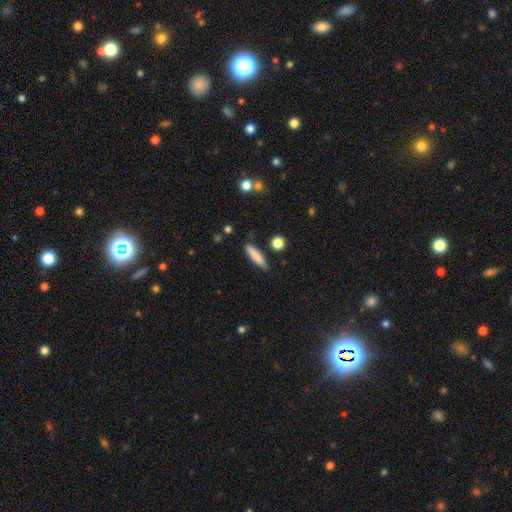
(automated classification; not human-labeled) Smooth or featured? Predicted: smooth (p=0.79). How rounded? Predicted: cigar-shaped (p=0.84). Merging? Predicted: none (p=0.82).